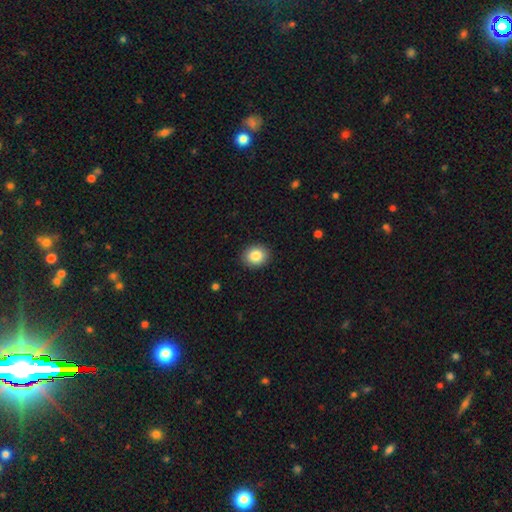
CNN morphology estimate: smooth-or-featured: smooth: 85% | star or artifact: 9% | featured or disk: 7%
  how-rounded: round: 69% | in between: 30% | cigar-shaped: 1%
  merging: none: 90% | minor disturbance: 7% | major disturbance: 2% | merger: 1%